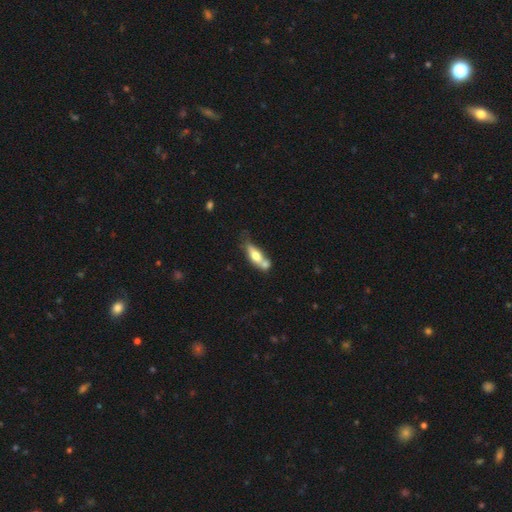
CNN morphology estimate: The model was most divided on "merging": merger: 45%, none: 31%, minor disturbance: 17%, major disturbance: 7%. More confident: how rounded — in between (61%); smooth or featured — smooth (61%).